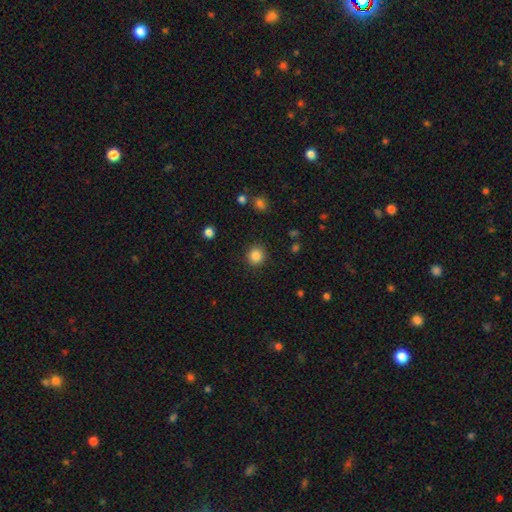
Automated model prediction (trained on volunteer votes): Smooth or featured? smooth (86%)
How rounded? round (92%)
Merging? none (90%)